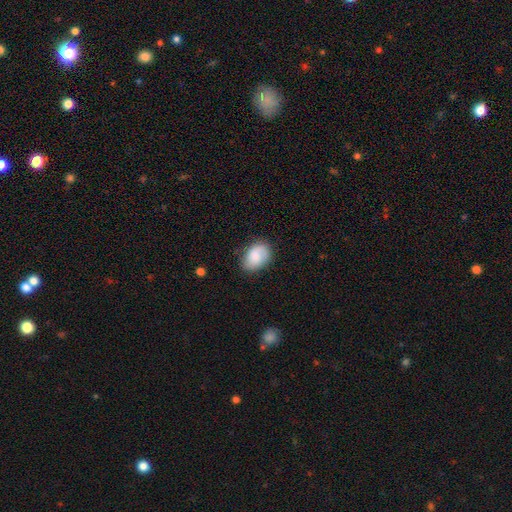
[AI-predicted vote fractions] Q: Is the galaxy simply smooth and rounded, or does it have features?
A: smooth — 73%.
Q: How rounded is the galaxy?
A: in between — 79%.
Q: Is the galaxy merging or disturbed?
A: none — 73%.